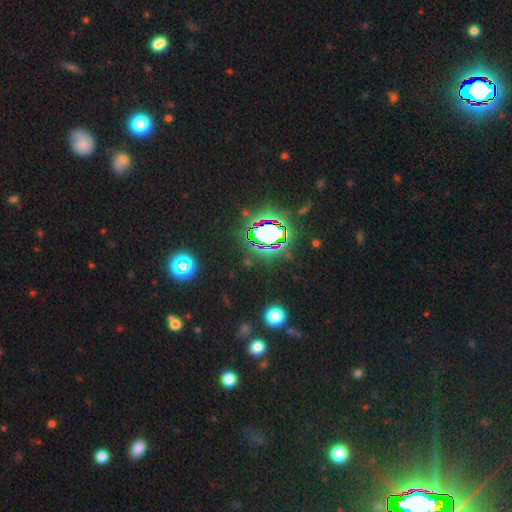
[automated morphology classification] smooth-or-featured: star or artifact: 81% | smooth: 12% | featured or disk: 7%